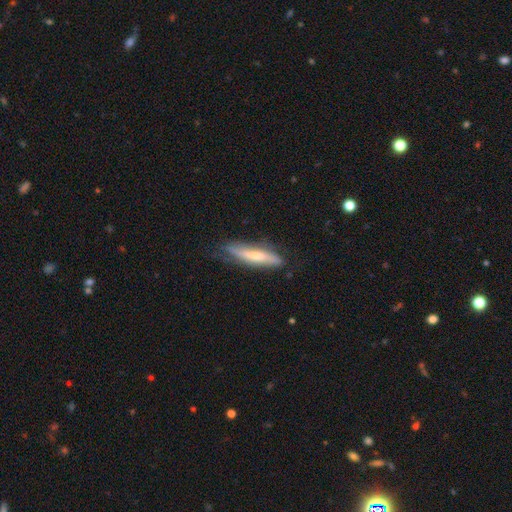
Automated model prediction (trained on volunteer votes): This is possibly a smooth galaxy (47%). Merging: likely none (68%).